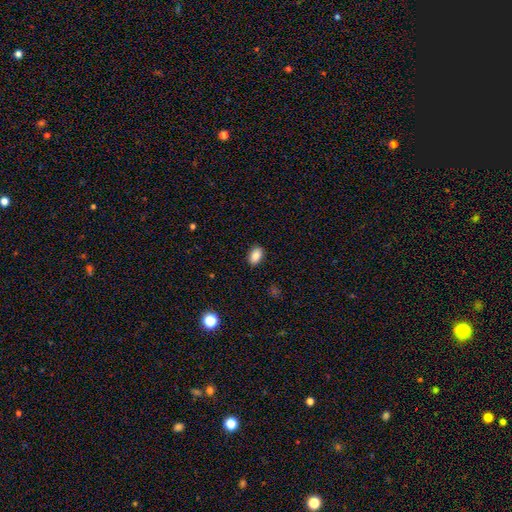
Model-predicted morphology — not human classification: Smooth or featured?
  - smooth: 87% *
  - star or artifact: 8%
  - featured or disk: 4%
How rounded?
  - in between: 89% *
  - round: 9%
  - cigar-shaped: 2%
Merging?
  - none: 89% *
  - minor disturbance: 8%
  - major disturbance: 2%
  - merger: 1%